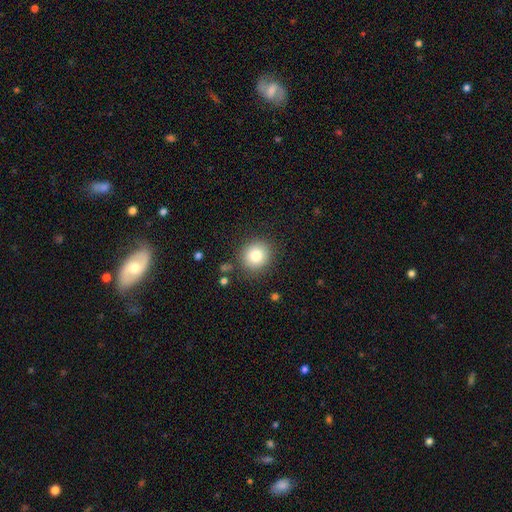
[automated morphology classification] smooth_or_featured: smooth (p=0.81) [alt: star or artifact p=0.10]
how_rounded: round (p=0.89) [alt: in between p=0.10]
merging: none (p=0.87) [alt: minor disturbance p=0.08]